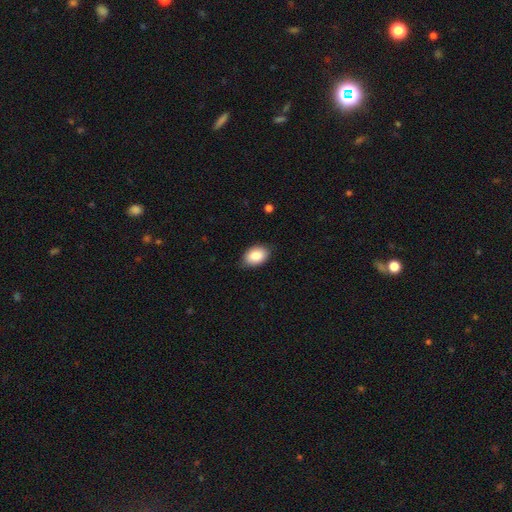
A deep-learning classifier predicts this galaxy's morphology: Smooth or featured? smooth (85%)
How rounded? in between (85%)
Merging? none (84%)